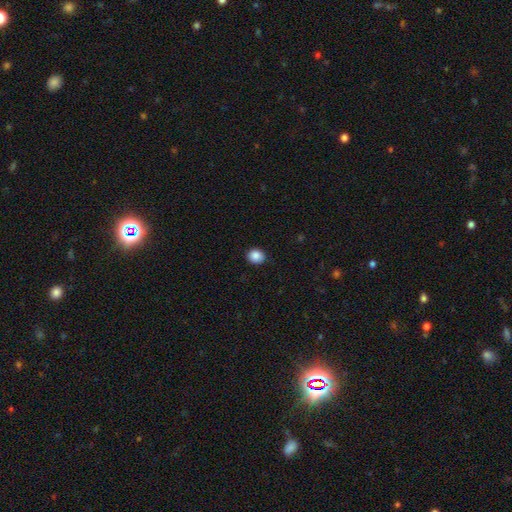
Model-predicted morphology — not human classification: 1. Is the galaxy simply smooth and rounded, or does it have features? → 87% smooth, 9% star or artifact, 4% featured or disk.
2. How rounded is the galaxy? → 75% round, 24% in between, 1% cigar-shaped.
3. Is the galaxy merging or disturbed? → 89% none, 8% minor disturbance, 2% major disturbance, 1% merger.